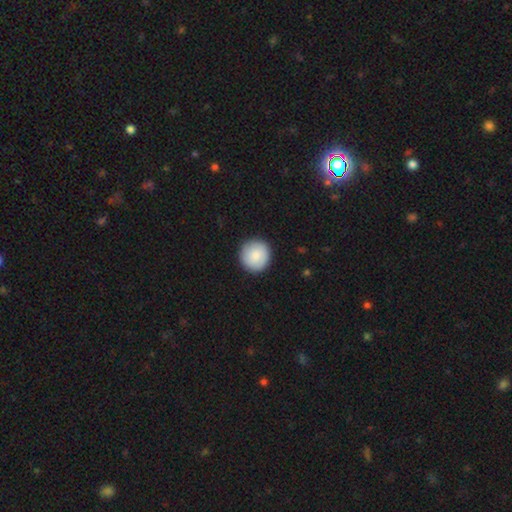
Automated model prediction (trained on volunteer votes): smooth-or-featured: smooth: 86% | featured or disk: 8% | star or artifact: 6%
  how-rounded: round: 94% | in between: 5% | cigar-shaped: 1%
  merging: none: 91% | minor disturbance: 6% | major disturbance: 2% | merger: 1%